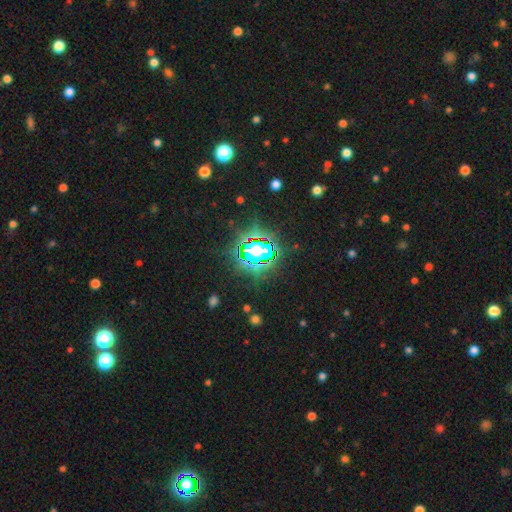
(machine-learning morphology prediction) type=star or artifact (81%).